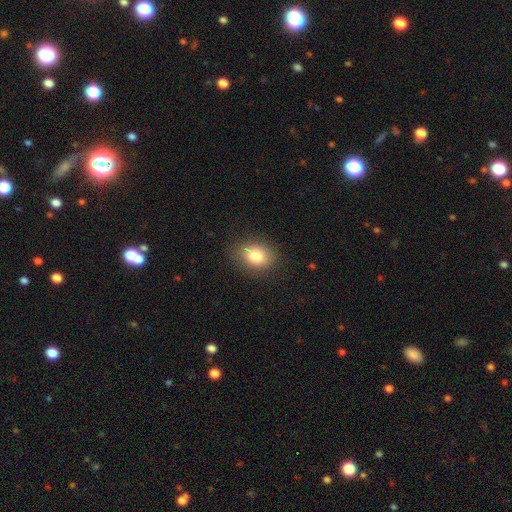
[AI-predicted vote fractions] A smooth galaxy with no disk features (80%) that is in between round and cigar-shaped (61%). Merging: none (82%).